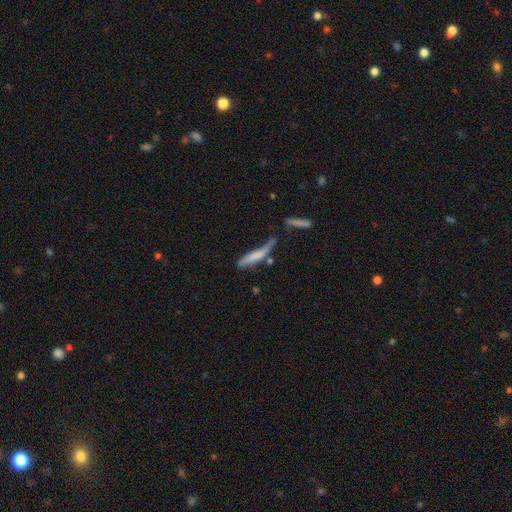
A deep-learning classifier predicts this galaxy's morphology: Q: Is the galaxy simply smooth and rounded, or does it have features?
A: smooth — 57%.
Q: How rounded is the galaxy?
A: cigar-shaped — 83%.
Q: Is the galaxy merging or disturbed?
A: none — 32%.